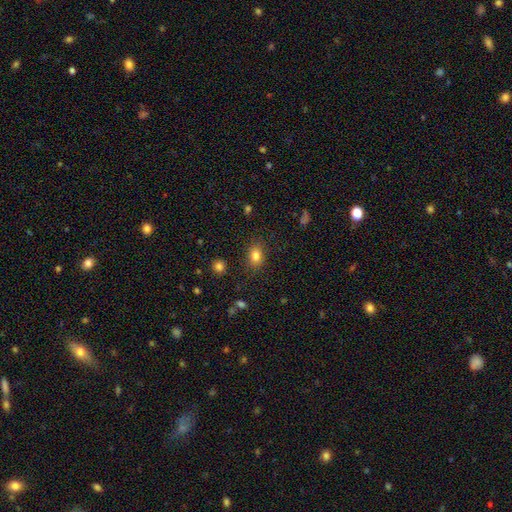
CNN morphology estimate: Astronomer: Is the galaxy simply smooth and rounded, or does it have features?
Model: smooth — 82%.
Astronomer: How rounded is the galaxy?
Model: in between — 71%.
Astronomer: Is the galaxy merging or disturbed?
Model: none — 84%.